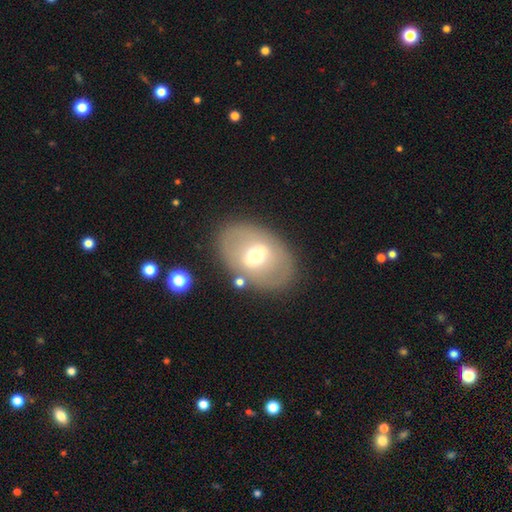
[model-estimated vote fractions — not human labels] This appears to be a featured or disk galaxy (46%, tied with smooth). Merging: none (80%).